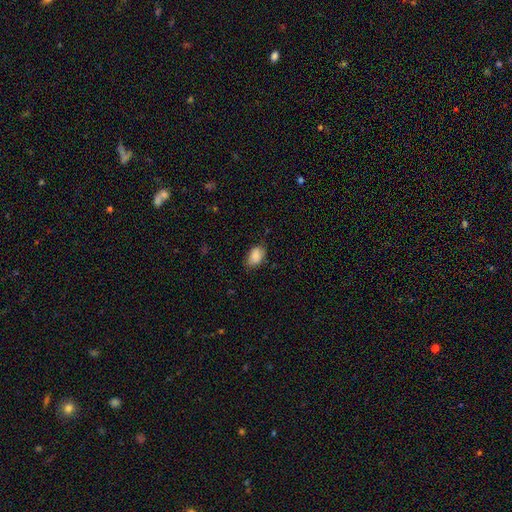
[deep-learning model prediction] Smooth or featured? smooth (86%)
How rounded? in between (89%)
Merging? none (73%)